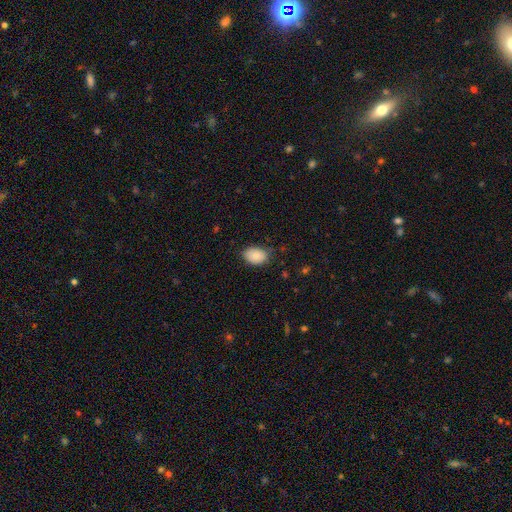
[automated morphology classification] smooth_or_featured: smooth (p=0.88) [alt: star or artifact p=0.08]
how_rounded: in between (p=0.83) [alt: round p=0.16]
merging: none (p=0.75) [alt: minor disturbance p=0.20]